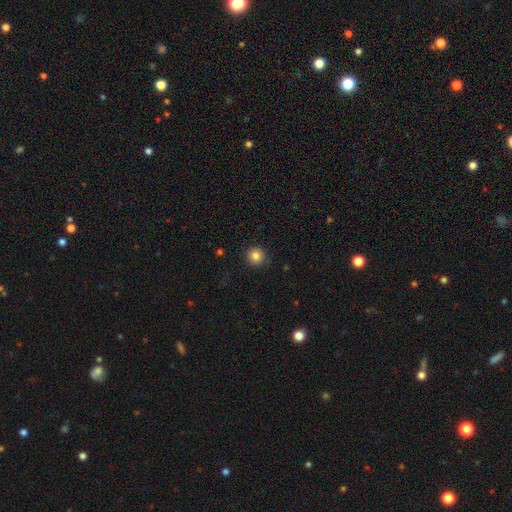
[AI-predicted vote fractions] Smooth or featured? Predicted: smooth (p=0.84). How rounded? Predicted: round (p=0.94). Merging? Predicted: none (p=0.90).